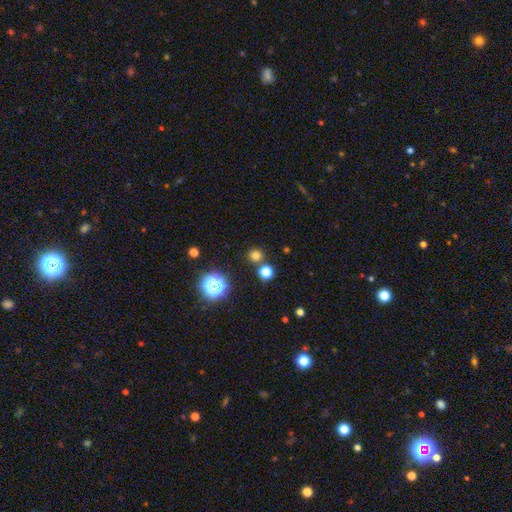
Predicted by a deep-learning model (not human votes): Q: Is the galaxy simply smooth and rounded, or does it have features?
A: smooth — 72%.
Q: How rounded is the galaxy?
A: round — 92%.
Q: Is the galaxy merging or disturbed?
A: none — 79%.